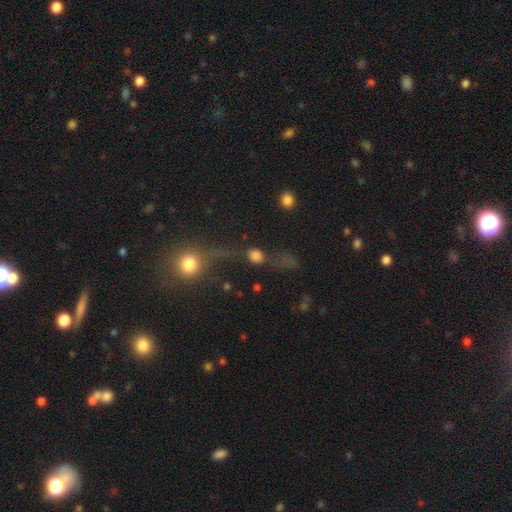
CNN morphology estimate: A smooth galaxy with no disk features (73%) that is round (64%). Merging: none (52%).